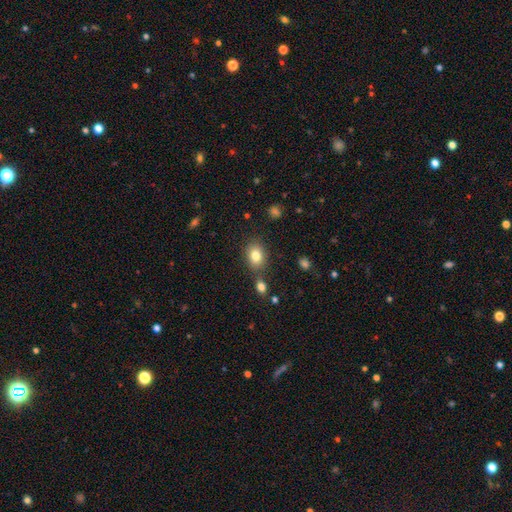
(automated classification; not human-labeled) Smooth or featured?
  - smooth: 81% *
  - star or artifact: 10%
  - featured or disk: 9%
How rounded?
  - in between: 61% *
  - round: 38%
  - cigar-shaped: 1%
Merging?
  - none: 72% *
  - minor disturbance: 12%
  - merger: 12%
  - major disturbance: 4%